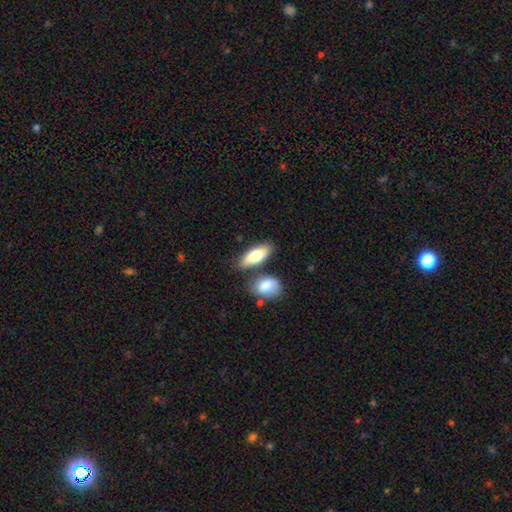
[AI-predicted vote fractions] A smooth galaxy with no disk features (75%) that is in between round and cigar-shaped (76%). Merging: none (66%).